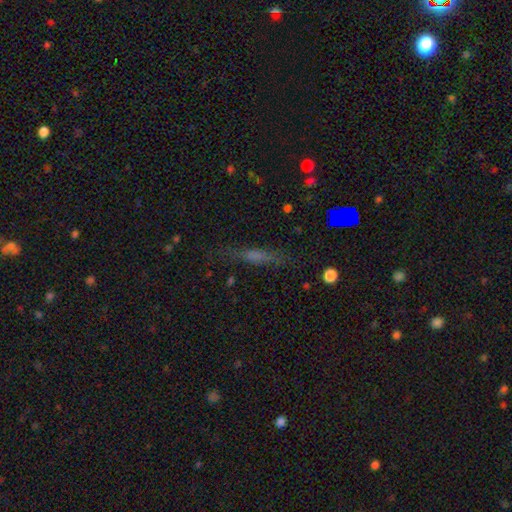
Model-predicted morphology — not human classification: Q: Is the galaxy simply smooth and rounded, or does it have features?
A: smooth — 41%.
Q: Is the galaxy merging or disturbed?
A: none — 71%.